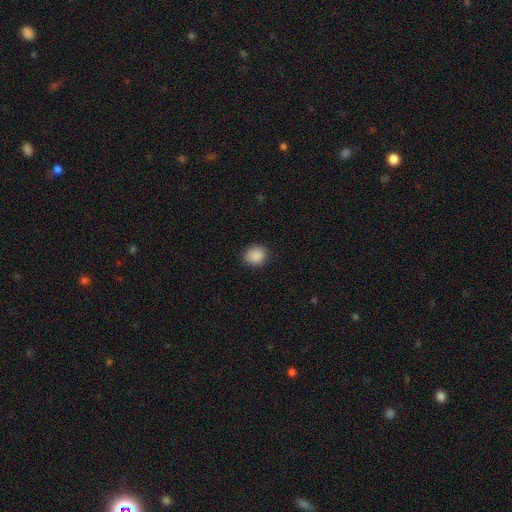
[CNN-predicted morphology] A smooth galaxy with no disk features (89%) that is round (71%).

Vote fractions:
- Smooth or featured? smooth: 89% / star or artifact: 9% / featured or disk: 2%
- How rounded? round: 71% / in between: 28% / cigar-shaped: 1%
- Merging? none: 88% / minor disturbance: 9% / major disturbance: 2% / merger: 1%